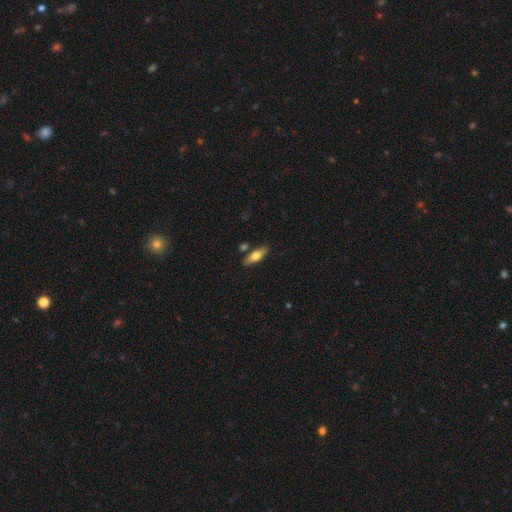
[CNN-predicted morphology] Smooth or featured?
  - smooth: 63% *
  - featured or disk: 31%
  - star or artifact: 6%
How rounded?
  - in between: 60% *
  - cigar-shaped: 37%
  - round: 3%
Merging?
  - none: 82% *
  - minor disturbance: 11%
  - merger: 6%
  - major disturbance: 2%